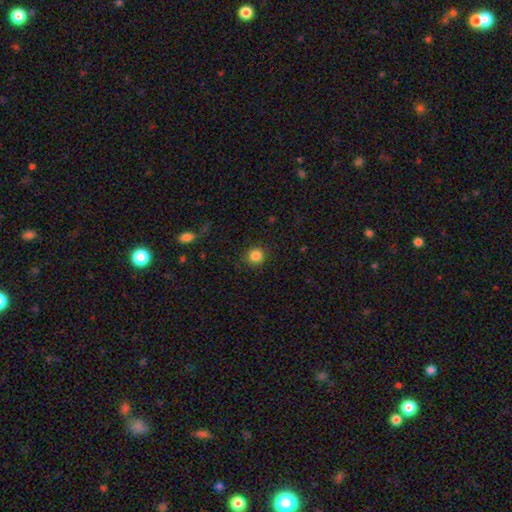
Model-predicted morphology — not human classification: Q: Smooth or featured?
A: smooth (85%); runner-up: star or artifact (11%)
Q: How rounded?
A: round (91%); runner-up: in between (8%)
Q: Merging?
A: none (88%); runner-up: minor disturbance (7%)